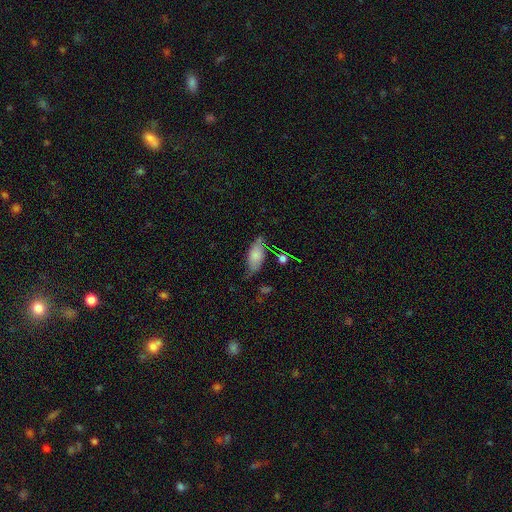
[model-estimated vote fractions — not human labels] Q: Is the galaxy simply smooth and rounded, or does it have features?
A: smooth — 69%.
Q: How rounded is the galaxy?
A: in between — 83%.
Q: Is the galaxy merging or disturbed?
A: none — 59%.